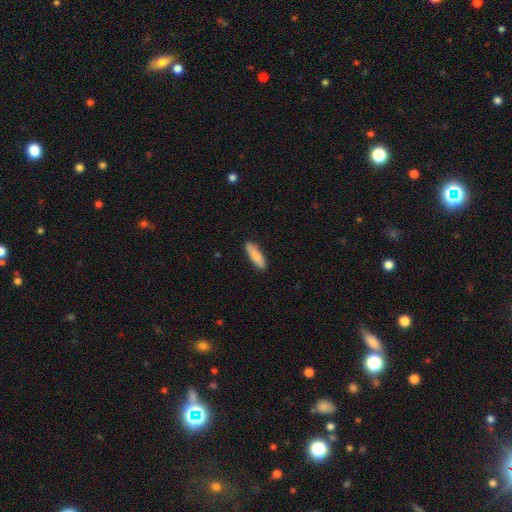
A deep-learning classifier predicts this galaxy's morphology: Smooth or featured? Predicted: smooth (p=0.81). How rounded? Predicted: cigar-shaped (p=0.55). Merging? Predicted: none (p=0.87).